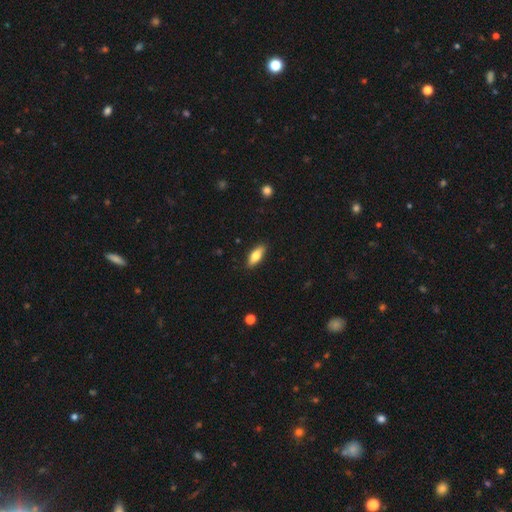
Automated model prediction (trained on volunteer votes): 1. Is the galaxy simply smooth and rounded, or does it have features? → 74% smooth, 20% featured or disk, 6% star or artifact.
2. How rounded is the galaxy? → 69% in between, 29% cigar-shaped, 2% round.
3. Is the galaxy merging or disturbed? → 88% none, 9% minor disturbance, 2% major disturbance, 1% merger.